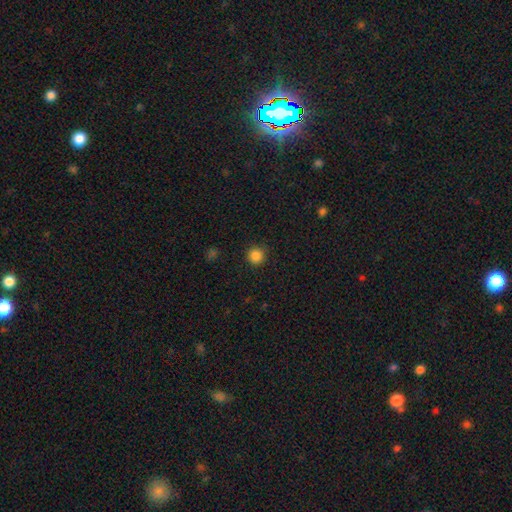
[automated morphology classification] smooth_or_featured: smooth (p=0.85) [alt: star or artifact p=0.12]
how_rounded: round (p=0.95) [alt: in between p=0.04]
merging: none (p=0.91) [alt: minor disturbance p=0.06]